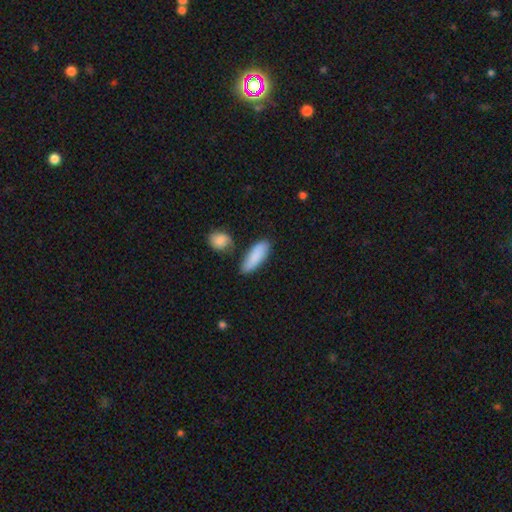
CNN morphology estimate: Smooth or featured: smooth — 86% (featured or disk — 7%)
How rounded: in between — 64% (cigar-shaped — 33%)
Merging: none — 71% (minor disturbance — 17%)